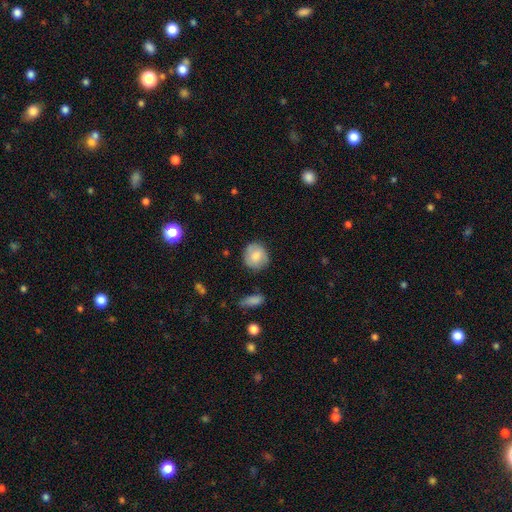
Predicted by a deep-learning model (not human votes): Smooth or featured?
  - smooth: 72% *
  - featured or disk: 20%
  - star or artifact: 7%
How rounded?
  - round: 86% *
  - in between: 13%
  - cigar-shaped: 1%
Merging?
  - none: 80% *
  - minor disturbance: 15%
  - major disturbance: 3%
  - merger: 2%